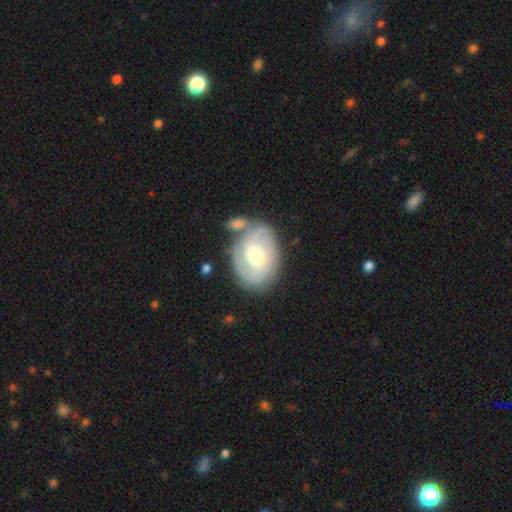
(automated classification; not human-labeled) Smooth or featured? featured or disk (74%)
Edge-on disk? no (97%)
Bar? weak (46%)
Spiral arms? yes (90%)
Spiral winding? tight (43%)
Spiral arm count? 2 (69%)
Bulge size? moderate (64%)
Merging? none (58%)